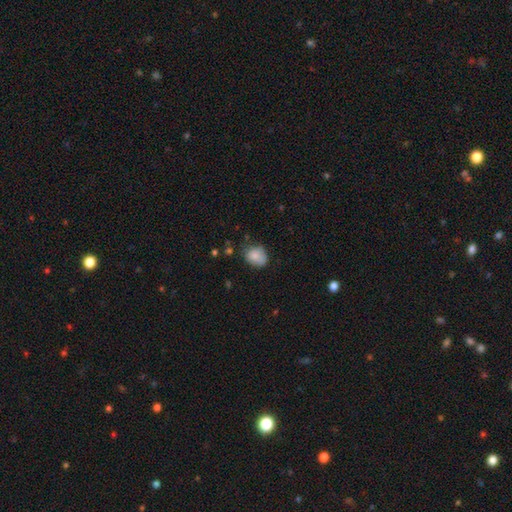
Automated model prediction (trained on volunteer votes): Smooth or featured? Predicted: smooth (p=0.81). How rounded? Predicted: round (p=0.52). Merging? Predicted: none (p=0.57).